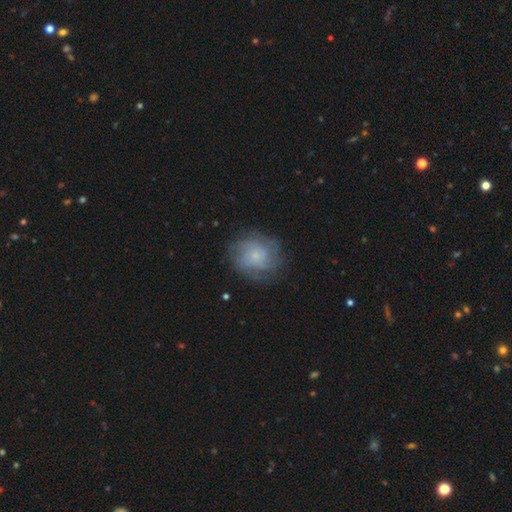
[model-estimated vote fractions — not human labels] featured or disk 57%, smooth 33%, star or artifact 9%. Down the decision tree: edge-on disk — no (97%); bar — no (81%); spiral arms — yes (86%); bulge size — small (73%); merging — none (74%).